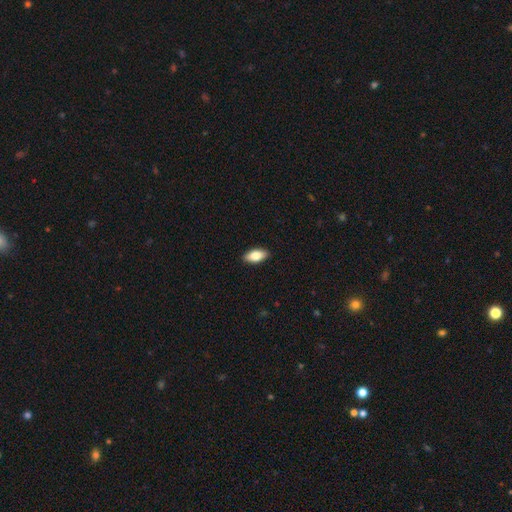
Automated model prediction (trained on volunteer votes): A smooth galaxy with no disk features (81%) that is in between round and cigar-shaped (89%). Merging: none (90%).